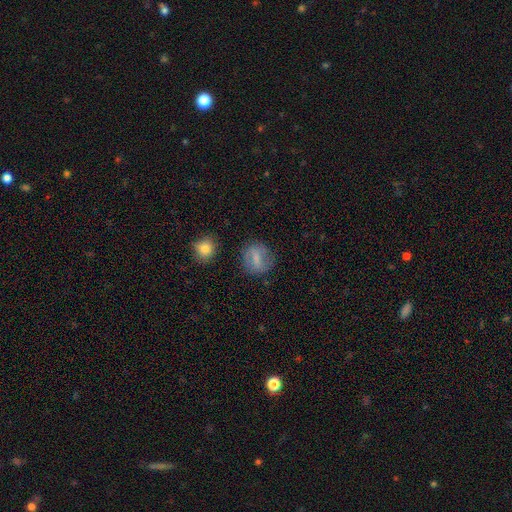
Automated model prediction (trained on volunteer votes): This is likely a smooth galaxy (60%). How rounded: likely round (70%). Merging: likely none (74%).